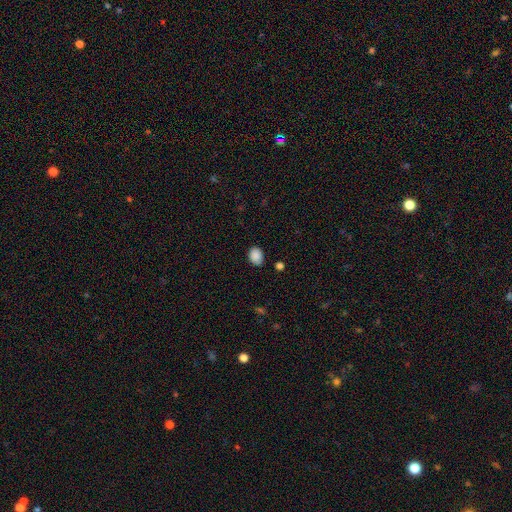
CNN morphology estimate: type=smooth (88%); roundness=in between (60%); merging=none (83%).